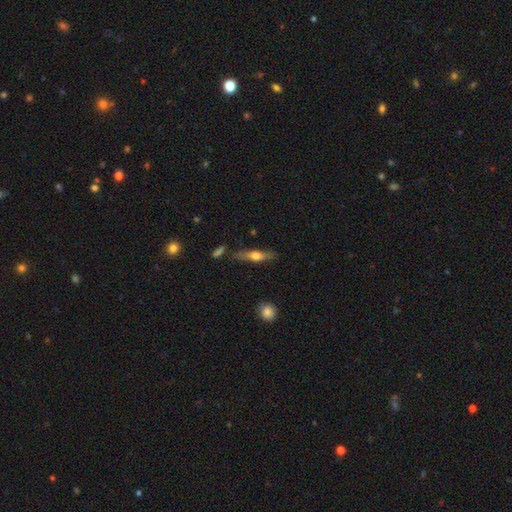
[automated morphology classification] Smooth or featured: smooth — 48% (featured or disk — 46%)
Merging: none — 79% (minor disturbance — 13%)